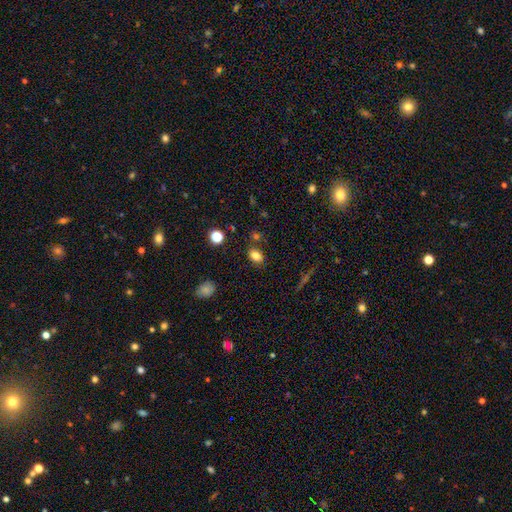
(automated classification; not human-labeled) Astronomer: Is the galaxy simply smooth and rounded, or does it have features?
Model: smooth — 81%.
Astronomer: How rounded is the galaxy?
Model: in between — 79%.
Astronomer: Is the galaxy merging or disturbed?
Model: none — 78%.